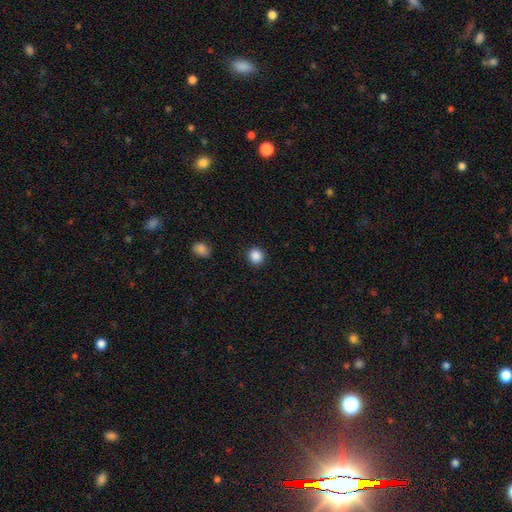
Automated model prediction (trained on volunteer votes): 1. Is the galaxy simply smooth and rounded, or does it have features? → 87% smooth, 10% star or artifact, 3% featured or disk.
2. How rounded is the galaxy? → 88% round, 11% in between, 1% cigar-shaped.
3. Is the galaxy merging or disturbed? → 90% none, 6% minor disturbance, 2% major disturbance, 1% merger.